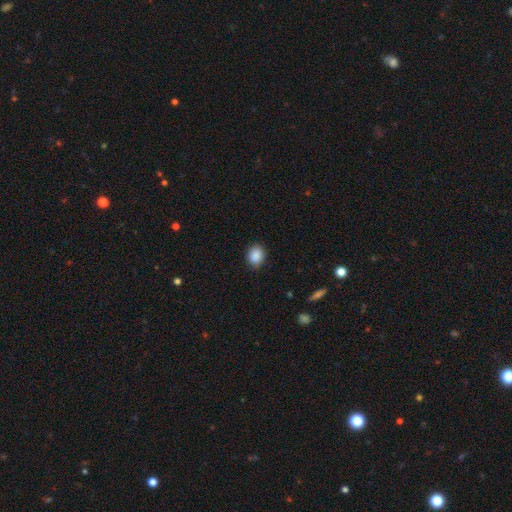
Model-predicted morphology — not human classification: type=smooth (89%); roundness=in between (53%); merging=none (84%).